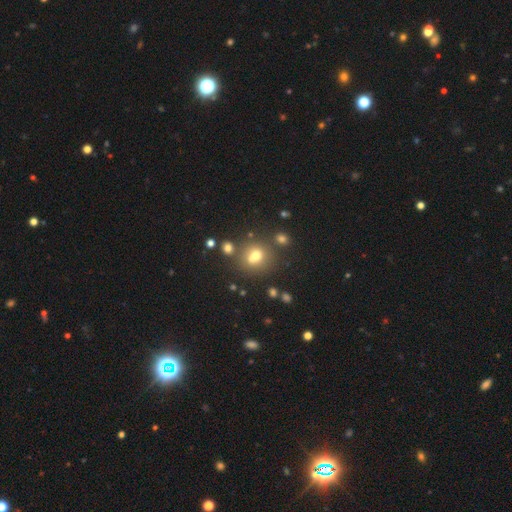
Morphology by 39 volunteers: A smooth galaxy with no disk features (72%) that is round (71%). Merging: merger (53%).